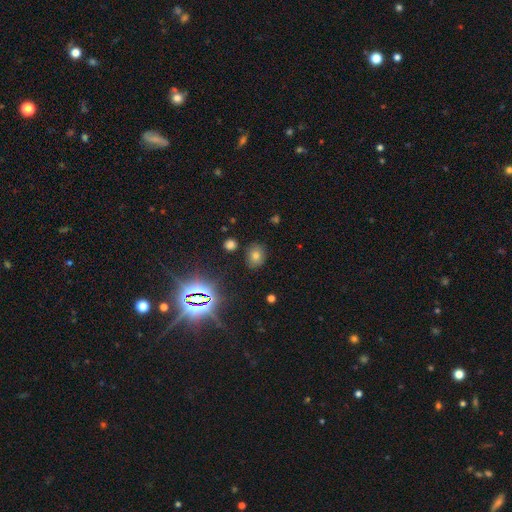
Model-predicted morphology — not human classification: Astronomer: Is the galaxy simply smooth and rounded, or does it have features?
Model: smooth — 58%.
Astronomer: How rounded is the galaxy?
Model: round — 56% (runner-up: in between, 43%).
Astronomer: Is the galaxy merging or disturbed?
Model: none — 85%.